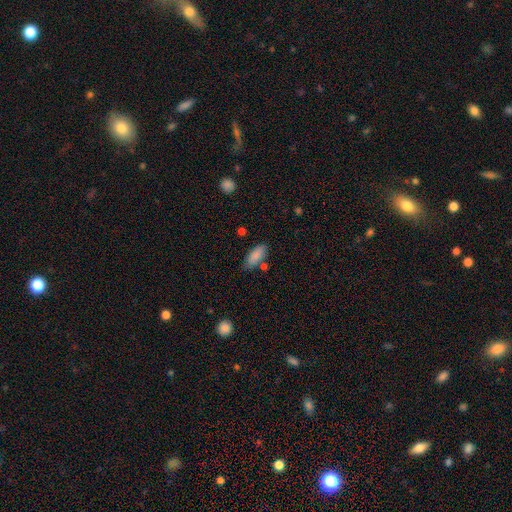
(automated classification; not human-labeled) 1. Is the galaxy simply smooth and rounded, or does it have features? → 85% smooth, 8% featured or disk, 7% star or artifact.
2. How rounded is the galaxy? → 79% in between, 19% cigar-shaped, 2% round.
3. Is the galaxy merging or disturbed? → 74% none, 16% minor disturbance, 7% merger, 4% major disturbance.